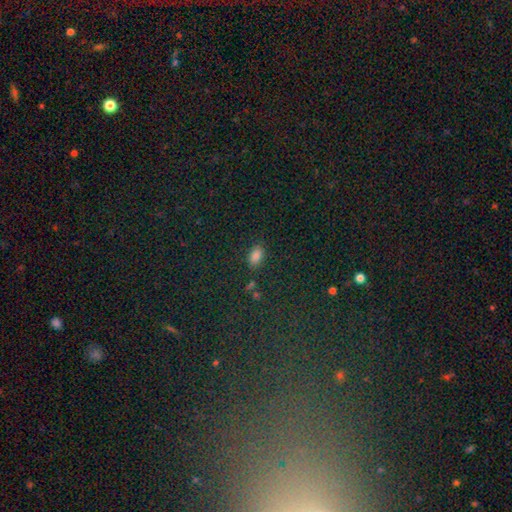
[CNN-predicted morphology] This is clearly a smooth galaxy (81%). How rounded: clearly in between (91%). Merging: clearly none (83%).